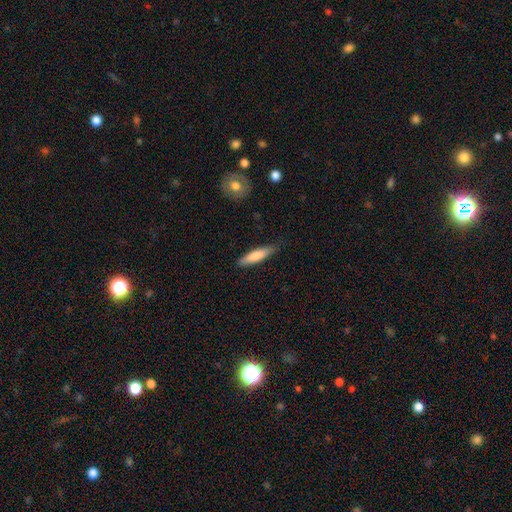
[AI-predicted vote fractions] smooth-or-featured: smooth: 78% | featured or disk: 17% | star or artifact: 5%
  how-rounded: cigar-shaped: 78% | in between: 20% | round: 1%
  merging: none: 83% | minor disturbance: 13% | major disturbance: 2% | merger: 1%